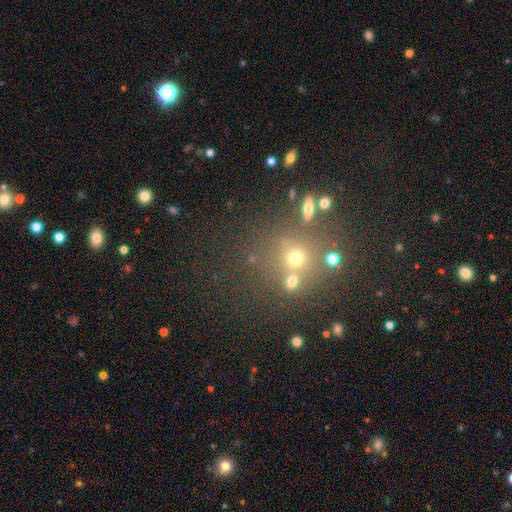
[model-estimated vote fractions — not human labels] This is possibly a star or artifact rather than a galaxy (51%).